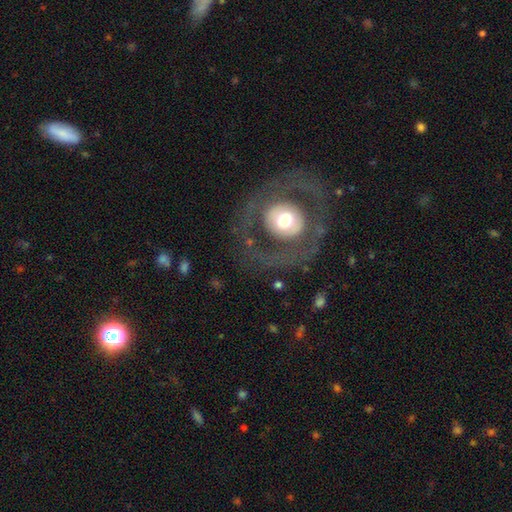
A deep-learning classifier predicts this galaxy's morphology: smooth_or_featured: featured or disk (p=0.69) [alt: smooth p=0.23]
disk_edge_on: no (p=0.95) [alt: yes p=0.05]
bar: no (p=0.71) [alt: weak p=0.19]
has_spiral_arms: no (p=0.59) [alt: yes p=0.41]
bulge_size: moderate (p=0.59) [alt: large p=0.25]
merging: none (p=0.77) [alt: minor disturbance p=0.12]